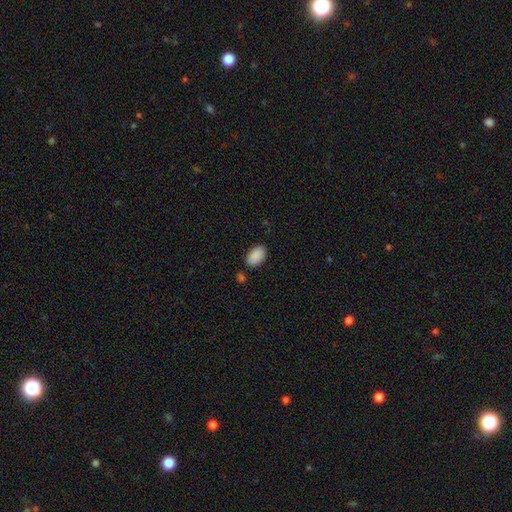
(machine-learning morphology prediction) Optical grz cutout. It shows a smooth galaxy with no disk features (90%) that is in between round and cigar-shaped (94%). Merging: none (83%).